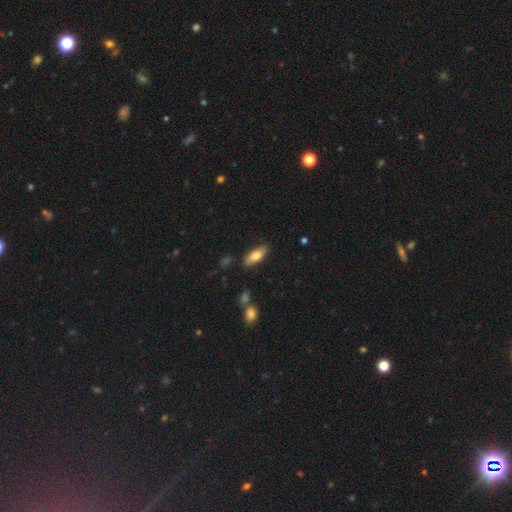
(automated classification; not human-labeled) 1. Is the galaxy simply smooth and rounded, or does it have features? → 77% smooth, 17% featured or disk, 7% star or artifact.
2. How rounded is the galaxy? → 73% in between, 25% cigar-shaped, 2% round.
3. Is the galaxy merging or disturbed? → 84% none, 12% minor disturbance, 2% major disturbance, 2% merger.